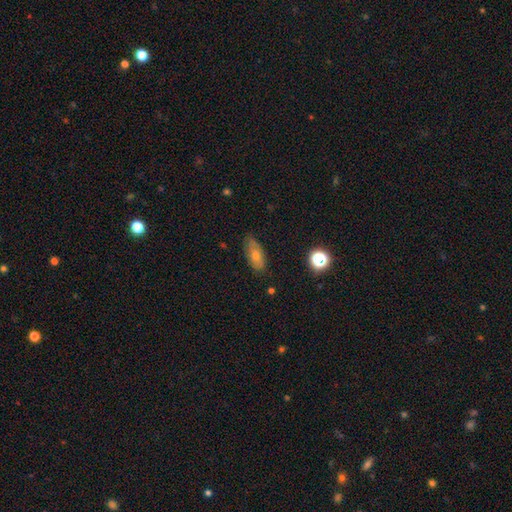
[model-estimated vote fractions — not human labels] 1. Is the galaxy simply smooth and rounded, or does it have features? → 58% smooth, 29% featured or disk, 12% star or artifact.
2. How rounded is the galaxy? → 82% in between, 12% cigar-shaped, 6% round.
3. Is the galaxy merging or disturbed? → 75% none, 20% minor disturbance, 4% major disturbance, 2% merger.